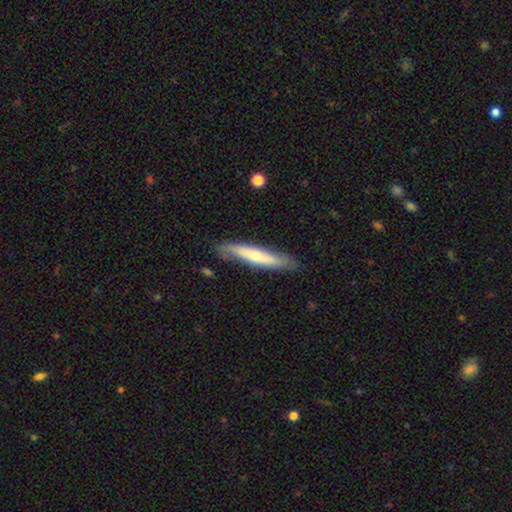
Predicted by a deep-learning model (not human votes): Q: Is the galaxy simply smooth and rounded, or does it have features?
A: smooth — 49%.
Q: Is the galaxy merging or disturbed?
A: none — 76%.